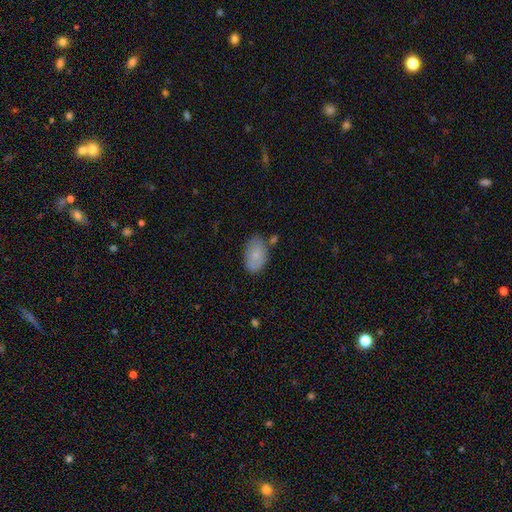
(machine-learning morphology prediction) smooth 76%, featured or disk 17%, star or artifact 7%. Down the decision tree: how rounded — in between (90%); merging — none (67%).